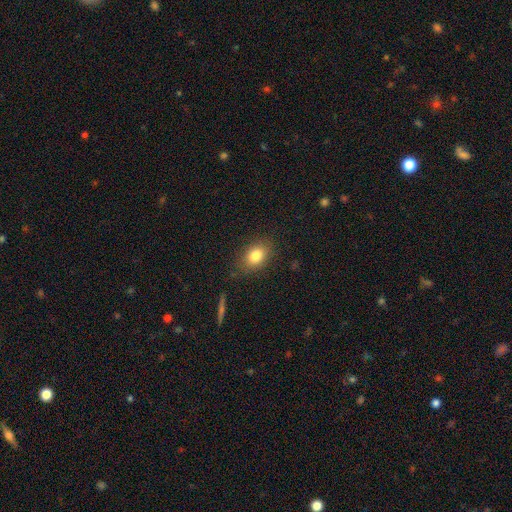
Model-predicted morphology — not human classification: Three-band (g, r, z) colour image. It shows a smooth galaxy with no disk features (81%) that is in between round and cigar-shaped (71%). Merging: none (81%).